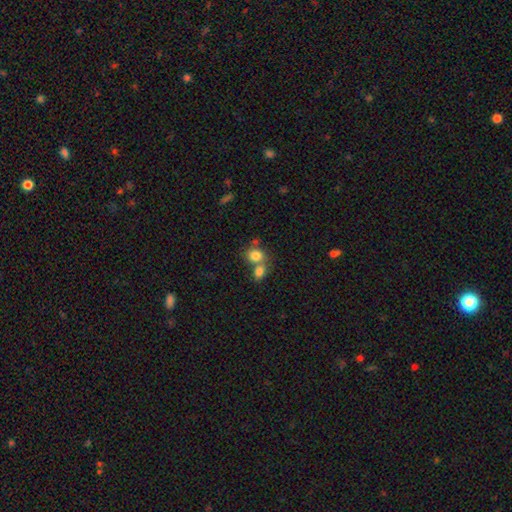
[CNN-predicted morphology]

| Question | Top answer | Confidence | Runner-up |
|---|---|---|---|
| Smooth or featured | smooth | 80% | featured or disk (10%) |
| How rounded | round | 64% | in between (34%) |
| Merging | merger | 53% | none (36%) |